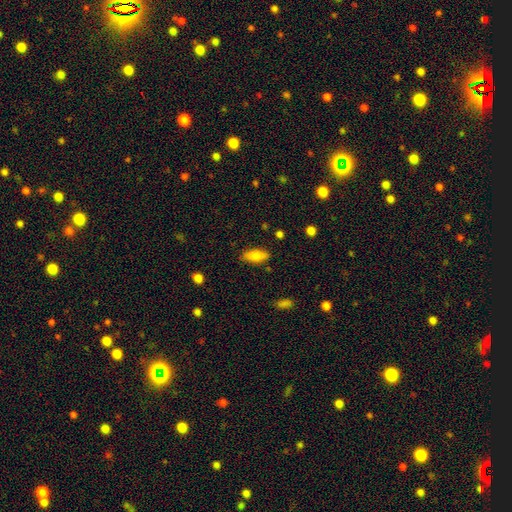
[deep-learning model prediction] Smooth or featured: smooth — 83% (featured or disk — 10%)
How rounded: in between — 77% (cigar-shaped — 20%)
Merging: none — 83% (minor disturbance — 12%)